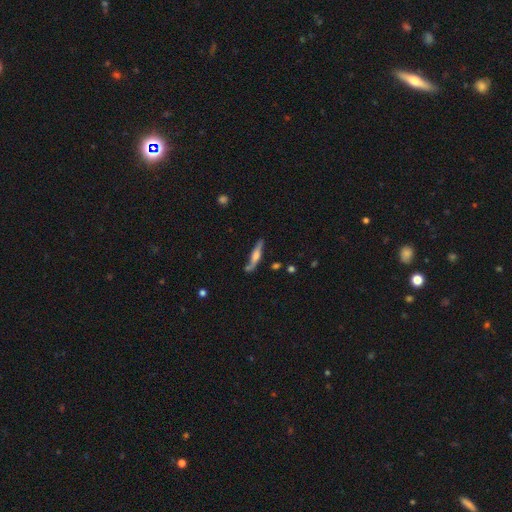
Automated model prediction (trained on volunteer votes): This is possibly a featured or disk galaxy (60%). It is clearly viewed edge-on (86%). Edge-on bulge: clearly rounded (82%). Merging: likely none (71%).